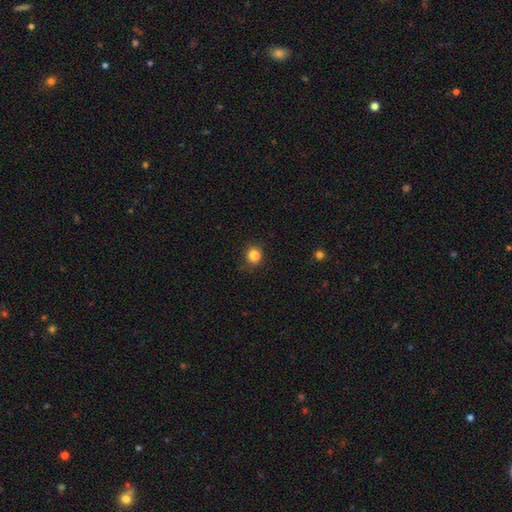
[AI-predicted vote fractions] A smooth galaxy with no disk features (85%) that is round (81%).

Vote fractions:
- Smooth or featured? smooth: 85% / star or artifact: 11% / featured or disk: 4%
- How rounded? round: 81% / in between: 18% / cigar-shaped: 1%
- Merging? none: 84% / minor disturbance: 11% / major disturbance: 3% / merger: 1%